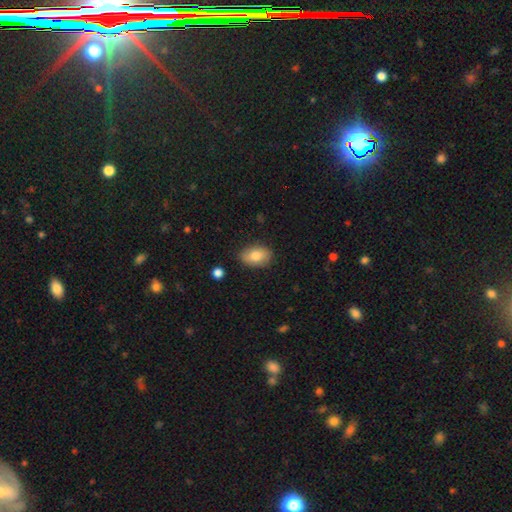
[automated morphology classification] smooth-or-featured: smooth: 78% | featured or disk: 15% | star or artifact: 7%
  how-rounded: in between: 84% | round: 15% | cigar-shaped: 1%
  merging: none: 84% | minor disturbance: 12% | major disturbance: 2% | merger: 1%